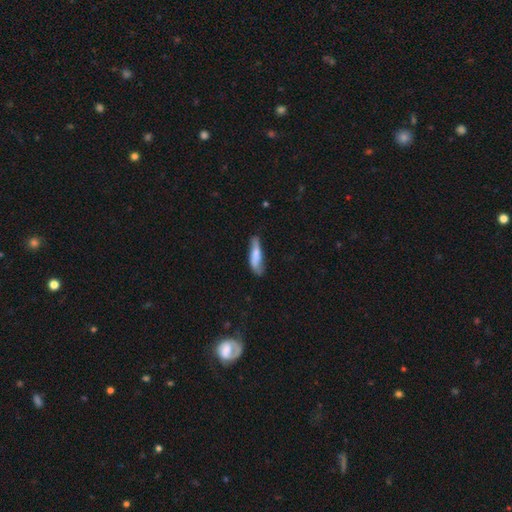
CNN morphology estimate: This is likely a smooth galaxy (68%). How rounded: likely cigar-shaped (66%). Merging: possibly none (60%).